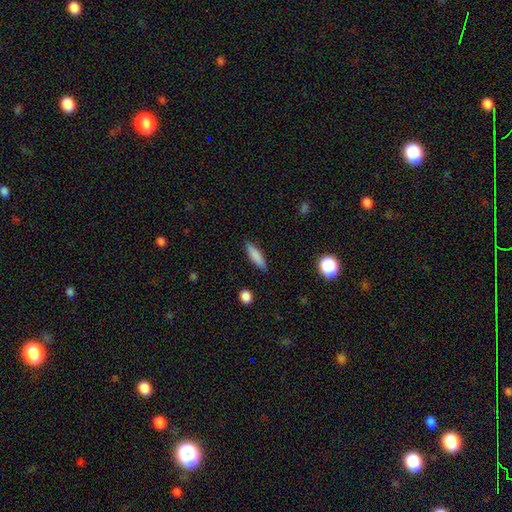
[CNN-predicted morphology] Overall: smooth (82%). How rounded: cigar-shaped (73%). Merging: none (87%).